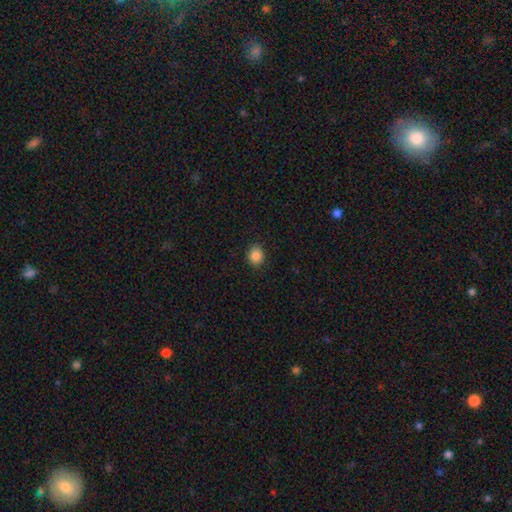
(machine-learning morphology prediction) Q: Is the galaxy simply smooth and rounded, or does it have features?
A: smooth — 86%.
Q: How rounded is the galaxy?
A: round — 70%.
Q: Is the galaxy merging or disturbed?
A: none — 89%.